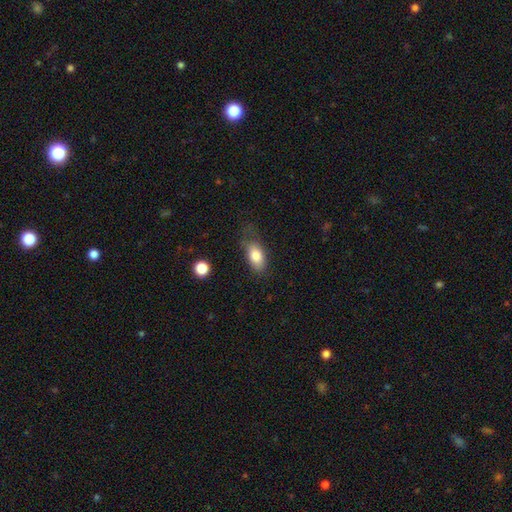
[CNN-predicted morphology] type=smooth (80%); roundness=in between (89%); merging=none (56%).